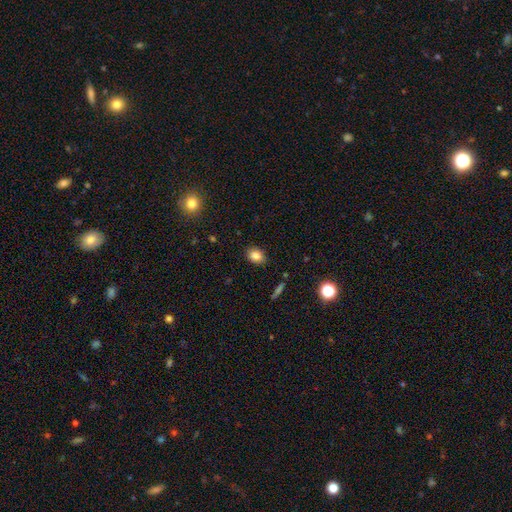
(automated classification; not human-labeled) smooth_or_featured: smooth (p=0.84) [alt: star or artifact p=0.10]
how_rounded: in between (p=0.66) [alt: round p=0.33]
merging: none (p=0.86) [alt: minor disturbance p=0.10]